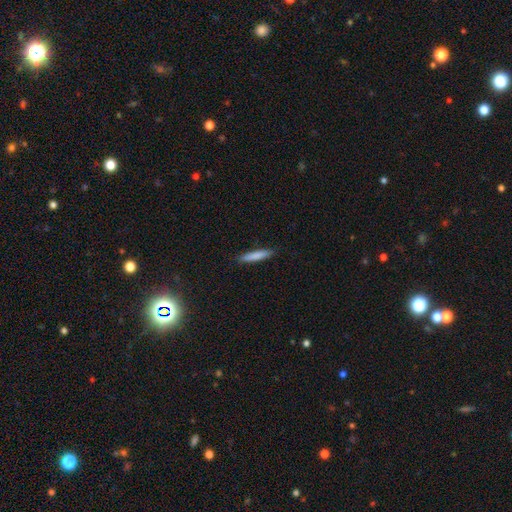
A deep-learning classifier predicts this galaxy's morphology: The model was most divided on "smooth or featured": smooth: 82%, featured or disk: 12%, star or artifact: 6%. More confident: how rounded — cigar-shaped (91%); merging — none (89%).